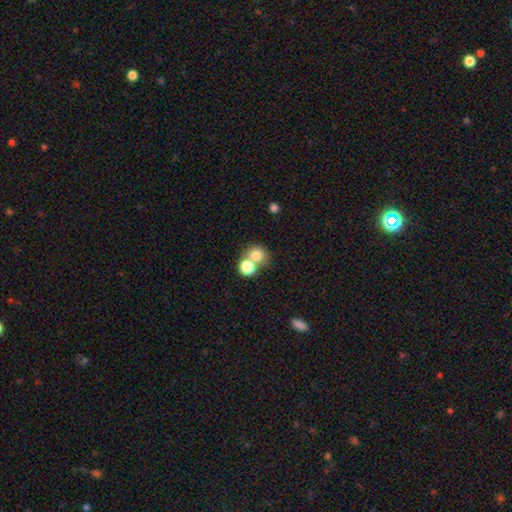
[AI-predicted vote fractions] Overall: smooth (77%). How rounded: round (80%). Merging: merger (45%, tied with none).